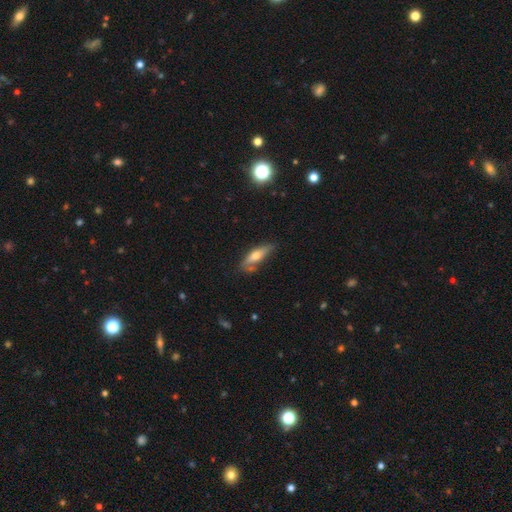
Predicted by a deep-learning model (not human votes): Smooth or featured? Predicted: smooth (p=0.54). How rounded? Predicted: cigar-shaped (p=0.54). Merging? Predicted: none (p=0.66).